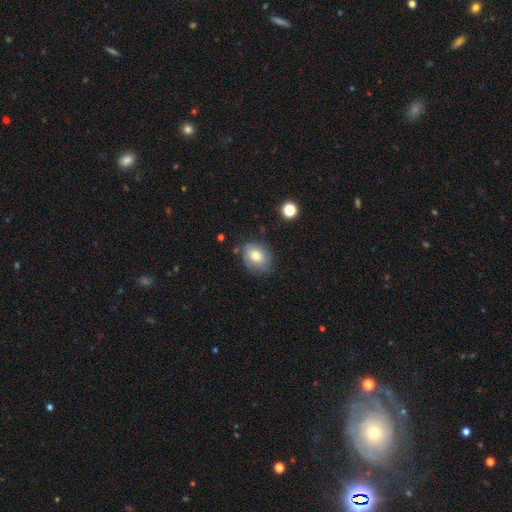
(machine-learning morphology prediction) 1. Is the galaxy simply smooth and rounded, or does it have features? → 74% smooth, 17% featured or disk, 9% star or artifact.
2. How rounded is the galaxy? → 58% in between, 41% round, 1% cigar-shaped.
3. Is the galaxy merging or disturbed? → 71% none, 21% minor disturbance, 5% major disturbance, 3% merger.